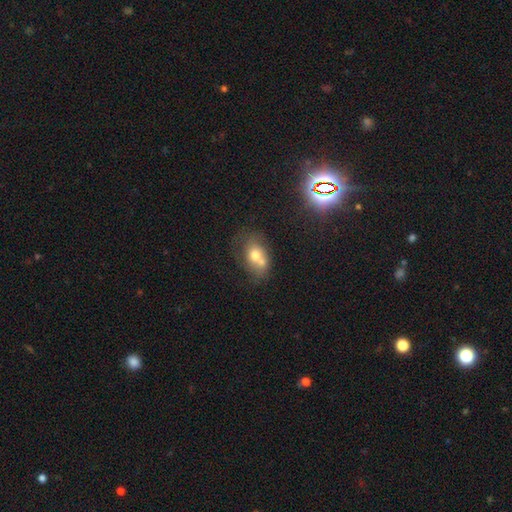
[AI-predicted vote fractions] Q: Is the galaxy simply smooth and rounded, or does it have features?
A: smooth — 65%.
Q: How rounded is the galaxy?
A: in between — 64%.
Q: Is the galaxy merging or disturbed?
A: merger — 51%.